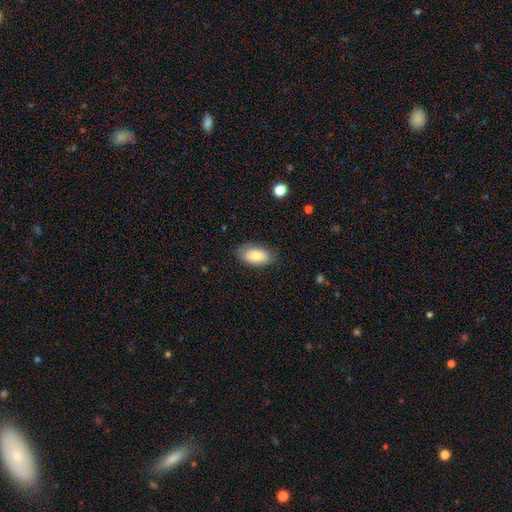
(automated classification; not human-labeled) Q: Smooth or featured?
A: smooth (78%); runner-up: featured or disk (15%)
Q: How rounded?
A: in between (93%); runner-up: round (5%)
Q: Merging?
A: none (82%); runner-up: minor disturbance (14%)